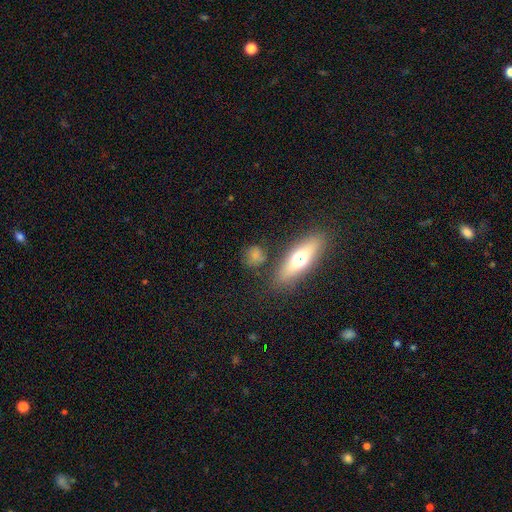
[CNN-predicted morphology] type=smooth (69%); roundness=round (61%); merging=none (74%).